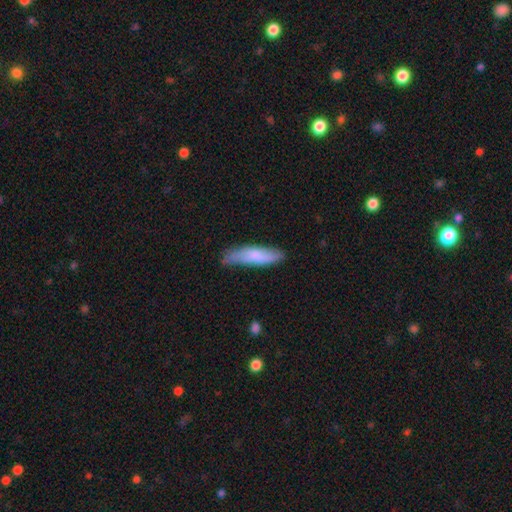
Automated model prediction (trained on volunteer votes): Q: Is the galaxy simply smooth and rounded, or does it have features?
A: smooth — 71%.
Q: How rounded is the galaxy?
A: cigar-shaped — 68%.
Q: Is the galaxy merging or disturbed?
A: none — 60%.